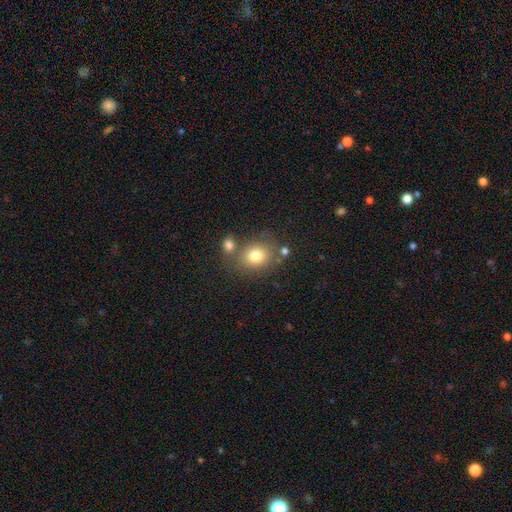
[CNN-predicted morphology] smooth 78%, featured or disk 11%, star or artifact 11%. Down the decision tree: how rounded — round (57%); merging — none (64%).